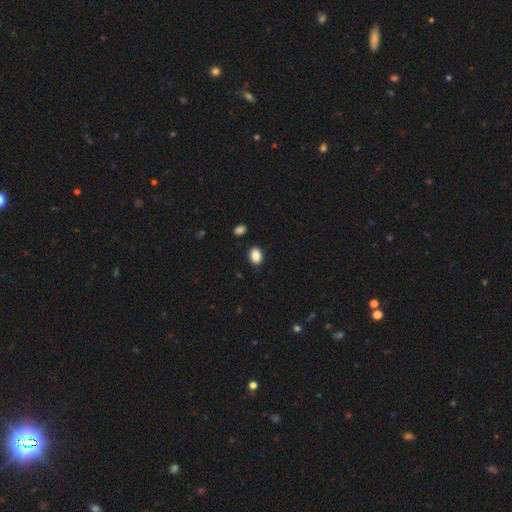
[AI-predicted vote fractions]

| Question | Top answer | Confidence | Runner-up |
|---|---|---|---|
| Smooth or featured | smooth | 87% | star or artifact (9%) |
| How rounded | in between | 68% | round (31%) |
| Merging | none | 88% | minor disturbance (8%) |